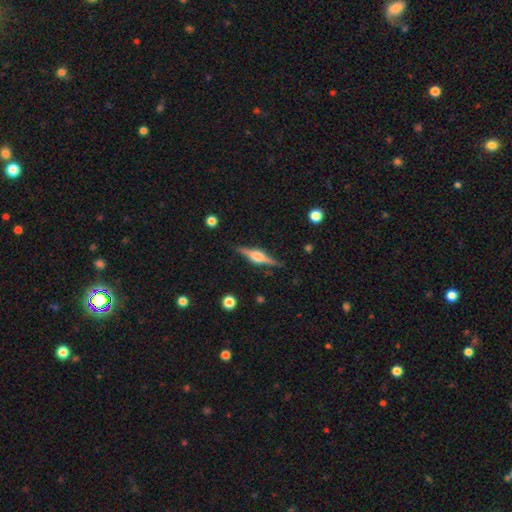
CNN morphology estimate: A featured or disk galaxy (81%) viewed edge-on (98%) with a rounded central bulge (90%). Merging: none (90%).